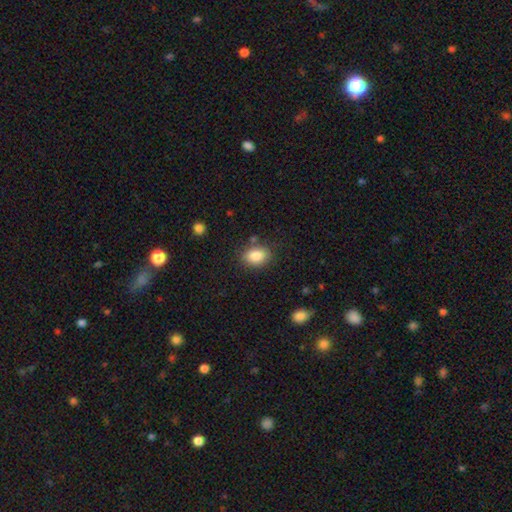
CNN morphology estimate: The model was most divided on "how rounded": in between: 78%, round: 21%, cigar-shaped: 1%. More confident: smooth or featured — smooth (86%); merging — none (80%).